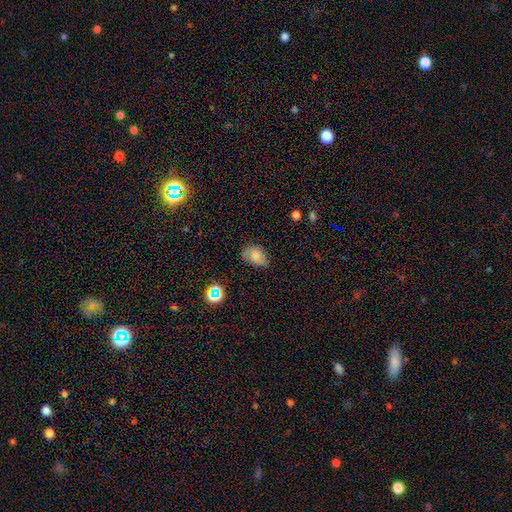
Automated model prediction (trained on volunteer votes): Smooth or featured: smooth — 78% (star or artifact — 12%)
How rounded: in between — 84% (round — 15%)
Merging: none — 63% (minor disturbance — 29%)